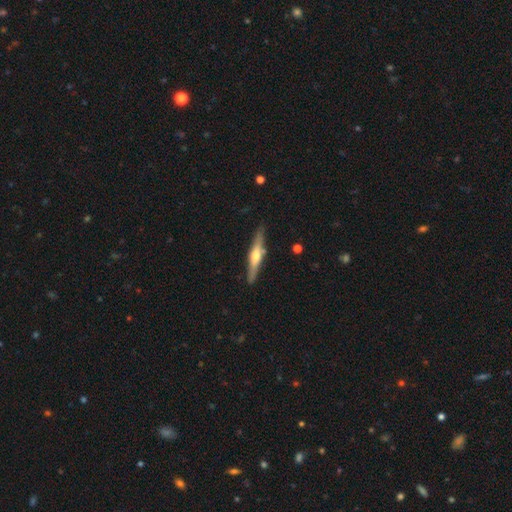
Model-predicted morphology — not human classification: This is likely a featured or disk galaxy (66%). It is clearly viewed edge-on (96%). Edge-on bulge: clearly rounded (89%). Merging: clearly none (85%).